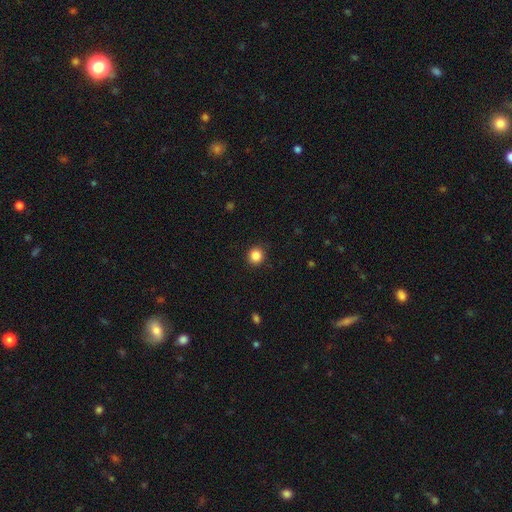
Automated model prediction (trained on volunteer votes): Smooth or featured: smooth — 86% (star or artifact — 11%)
How rounded: round — 93% (in between — 6%)
Merging: none — 91% (minor disturbance — 6%)